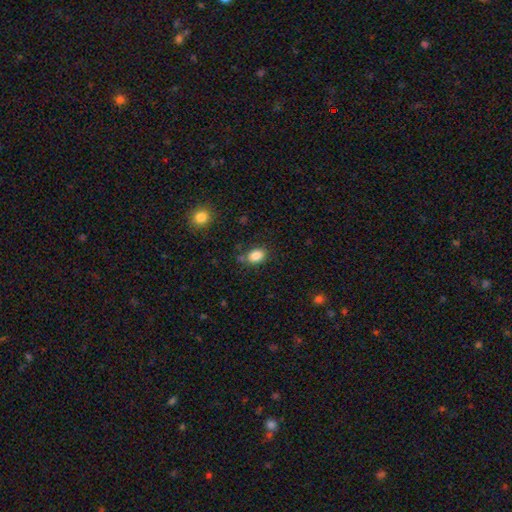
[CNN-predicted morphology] This appears to be a smooth galaxy with no disk features (85%) that is in between round and cigar-shaped (75%). Merging: none (75%).